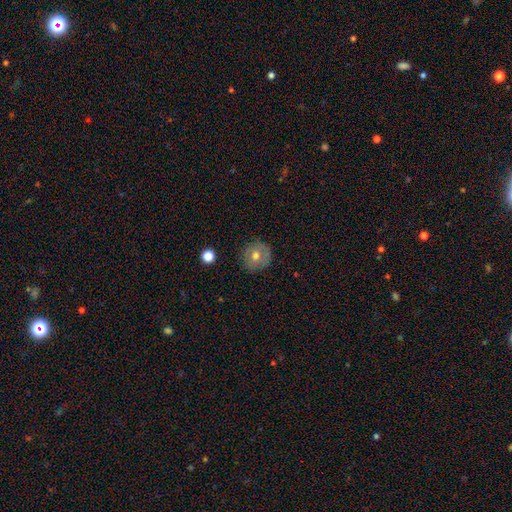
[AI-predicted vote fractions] Q: Smooth or featured?
A: smooth (63%); runner-up: featured or disk (27%)
Q: How rounded?
A: round (91%); runner-up: in between (8%)
Q: Merging?
A: none (85%); runner-up: minor disturbance (10%)